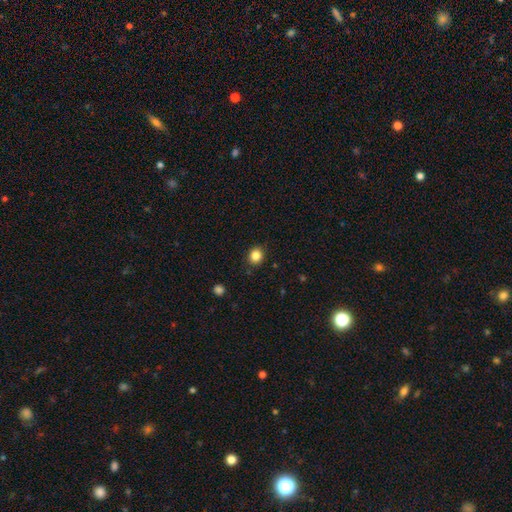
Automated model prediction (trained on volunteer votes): This is clearly a smooth galaxy (84%). How rounded: likely round (79%). Merging: clearly none (89%).